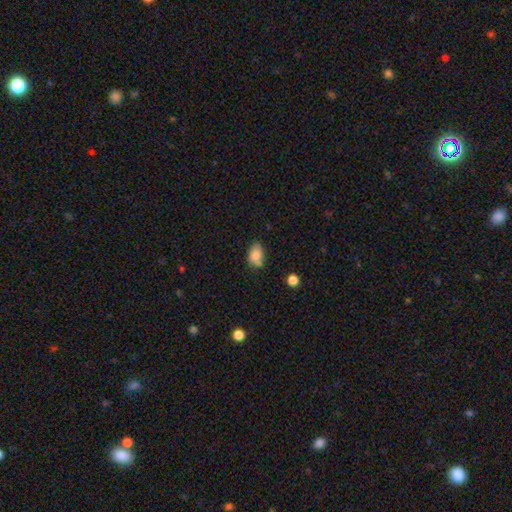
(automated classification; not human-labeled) Morphology: type=smooth (81%); roundness=in between (81%); merging=none (55%).